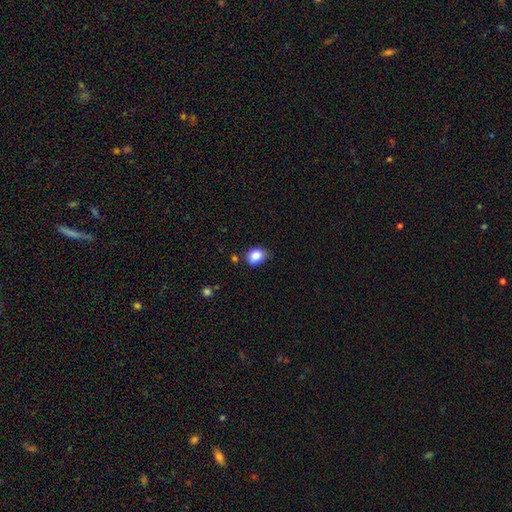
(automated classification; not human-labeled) Q: Smooth or featured?
A: smooth (84%); runner-up: star or artifact (10%)
Q: How rounded?
A: in between (53%); runner-up: round (46%)
Q: Merging?
A: none (74%); runner-up: minor disturbance (19%)